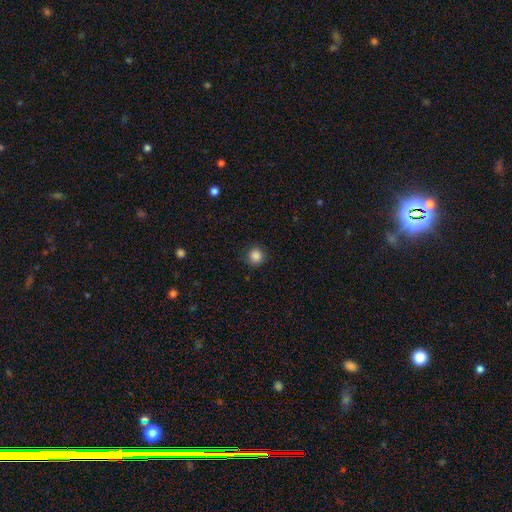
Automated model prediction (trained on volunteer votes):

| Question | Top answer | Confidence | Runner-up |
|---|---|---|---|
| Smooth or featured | smooth | 86% | star or artifact (11%) |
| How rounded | round | 93% | in between (6%) |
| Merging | none | 86% | minor disturbance (10%) |